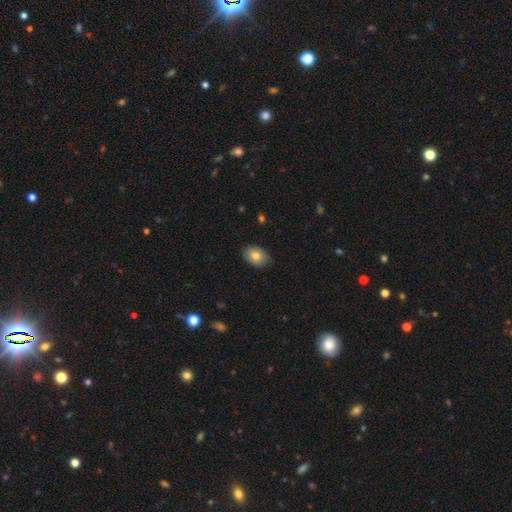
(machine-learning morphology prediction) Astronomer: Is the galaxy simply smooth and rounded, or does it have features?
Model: smooth — 77%.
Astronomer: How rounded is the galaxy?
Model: in between — 82%.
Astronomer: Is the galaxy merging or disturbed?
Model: none — 84%.